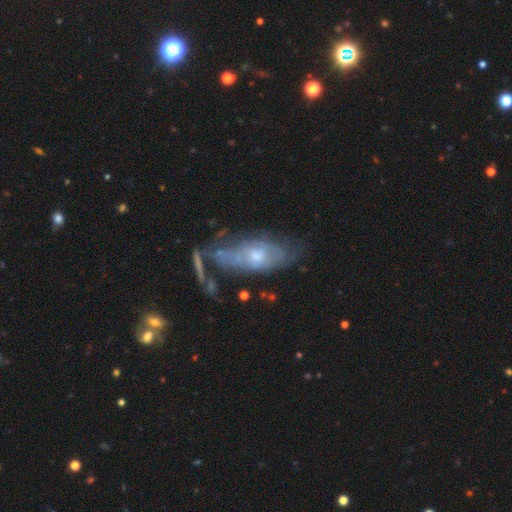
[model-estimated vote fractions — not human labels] A featured or disk galaxy (65%) with no bar (78%), spiral arms (60%) and a moderate central bulge (48%). Merging: none (42%).